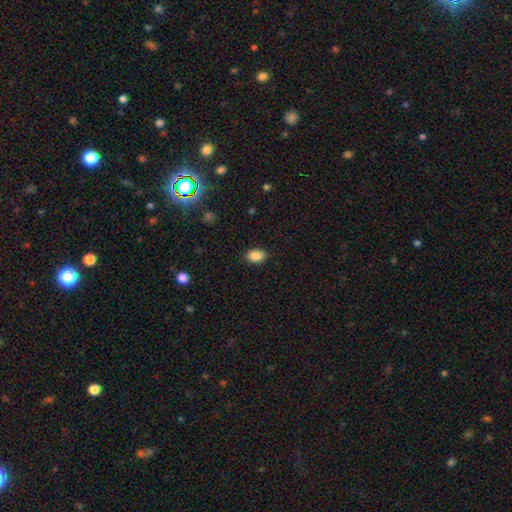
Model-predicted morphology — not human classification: Smooth or featured?
  - smooth: 88% *
  - star or artifact: 8%
  - featured or disk: 3%
How rounded?
  - in between: 81% *
  - round: 18%
  - cigar-shaped: 1%
Merging?
  - none: 87% *
  - minor disturbance: 10%
  - major disturbance: 2%
  - merger: 1%